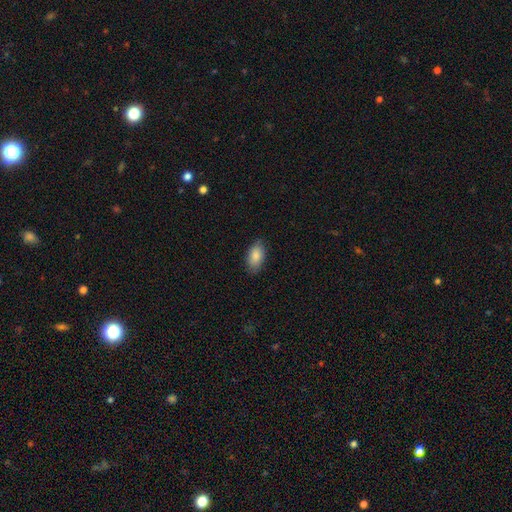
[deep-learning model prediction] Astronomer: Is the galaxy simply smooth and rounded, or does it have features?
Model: smooth — 86%.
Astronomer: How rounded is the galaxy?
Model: in between — 93%.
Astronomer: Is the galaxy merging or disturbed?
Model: none — 81%.